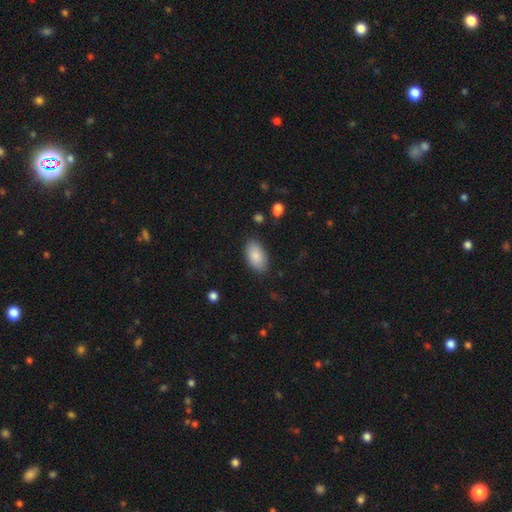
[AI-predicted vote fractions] A smooth galaxy with no disk features (88%) that is in between round and cigar-shaped (95%). Merging: none (85%).